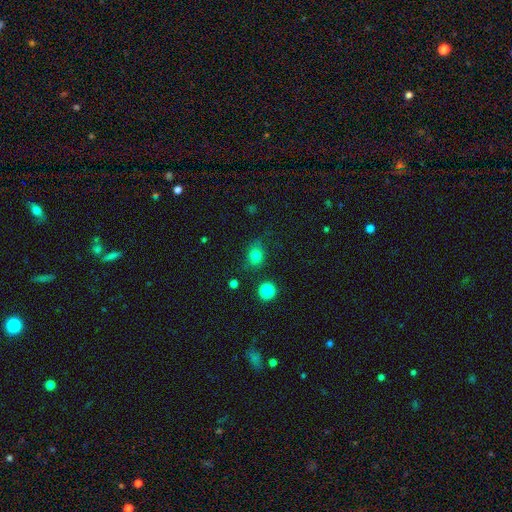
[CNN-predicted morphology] Smooth or featured? Predicted: smooth (p=0.78). How rounded? Predicted: round (p=0.59). Merging? Predicted: none (p=0.69).